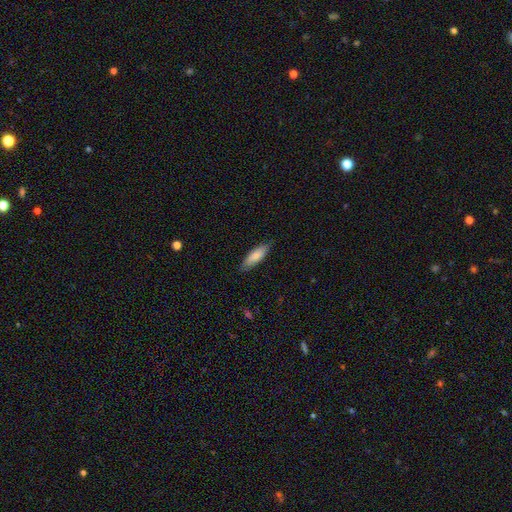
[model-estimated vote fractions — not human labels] Smooth or featured?
  - smooth: 82% *
  - featured or disk: 13%
  - star or artifact: 5%
How rounded?
  - cigar-shaped: 54% *
  - in between: 45%
  - round: 1%
Merging?
  - none: 83% *
  - minor disturbance: 13%
  - major disturbance: 2%
  - merger: 1%